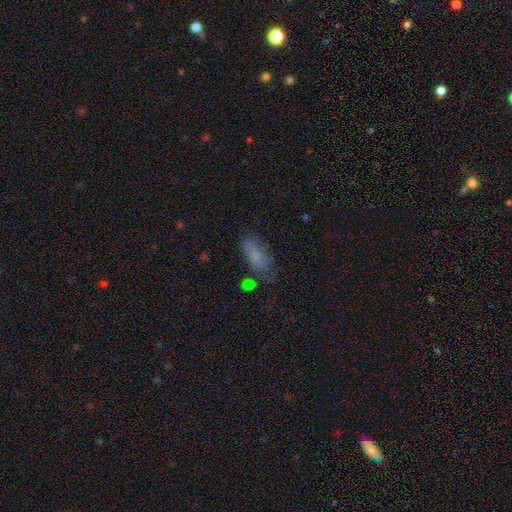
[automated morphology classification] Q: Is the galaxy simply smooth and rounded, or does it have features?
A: smooth — 73%.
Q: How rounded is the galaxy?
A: in between — 74%.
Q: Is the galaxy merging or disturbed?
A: none — 57%.